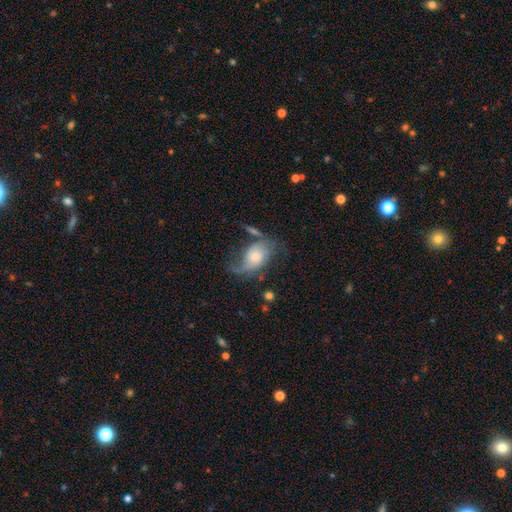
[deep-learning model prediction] Overall: featured or disk (61%; smooth 31%). Edge-on disk: no (95%). Bar: no (71%). Spiral arms: yes (85%). Bulge size: moderate (42%; small 36%). Merging: none (42%; major disturbance 27%).